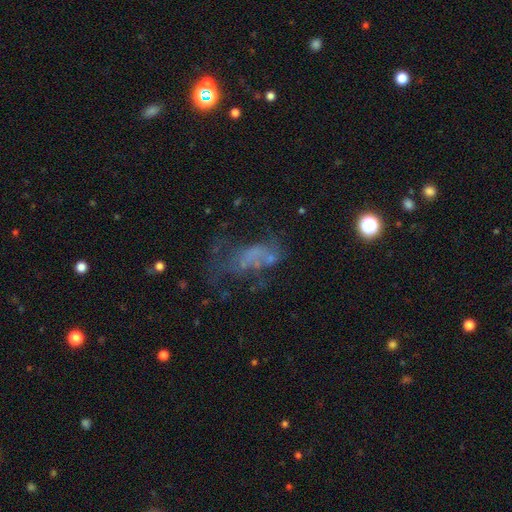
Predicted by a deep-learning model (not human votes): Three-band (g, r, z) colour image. It shows a featured or disk galaxy (46%). Merging: major disturbance (40%).